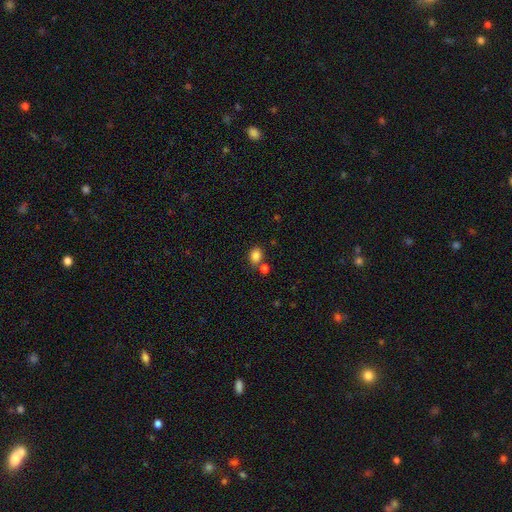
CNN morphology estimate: This is clearly a smooth galaxy (84%). How rounded: possibly in between (51%). Merging: likely none (69%).